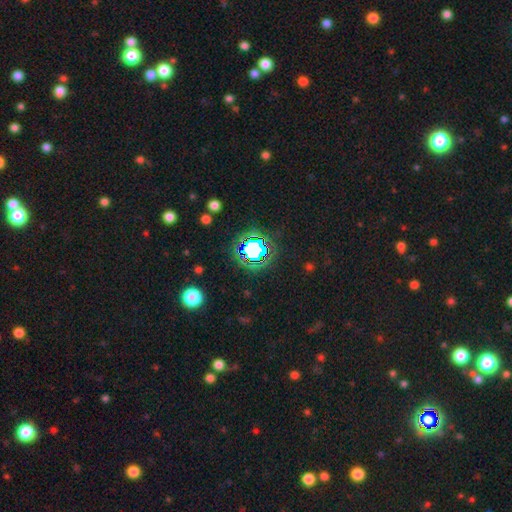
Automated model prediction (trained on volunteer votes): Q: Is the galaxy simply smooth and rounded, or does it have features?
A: star or artifact — 80%.